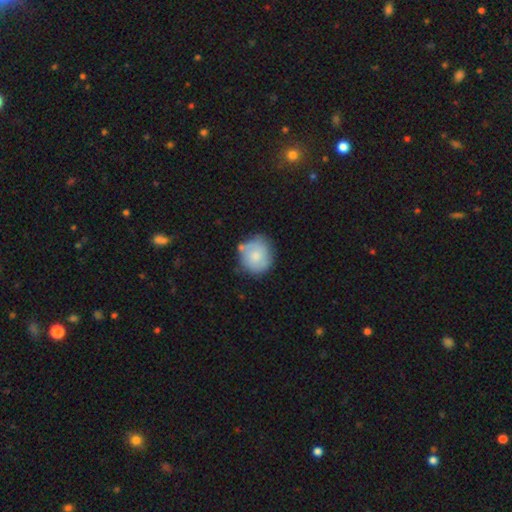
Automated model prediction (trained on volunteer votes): Smooth or featured? smooth (70%)
How rounded? round (83%)
Merging? none (60%)